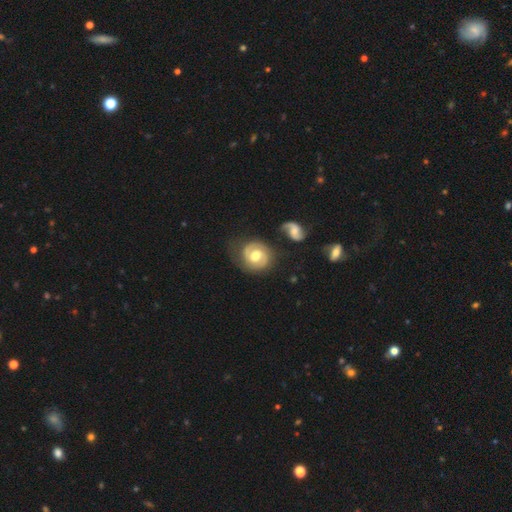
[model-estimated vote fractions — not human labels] Smooth or featured? Predicted: featured or disk (p=0.74). Edge-on disk? Predicted: no (p=0.97). Bar? Predicted: no (p=0.48). Spiral arms? Predicted: yes (p=0.89). Spiral winding? Predicted: medium (p=0.44). Spiral arm count? Predicted: 2 (p=0.86). Bulge size? Predicted: moderate (p=0.74). Merging? Predicted: none (p=0.70).